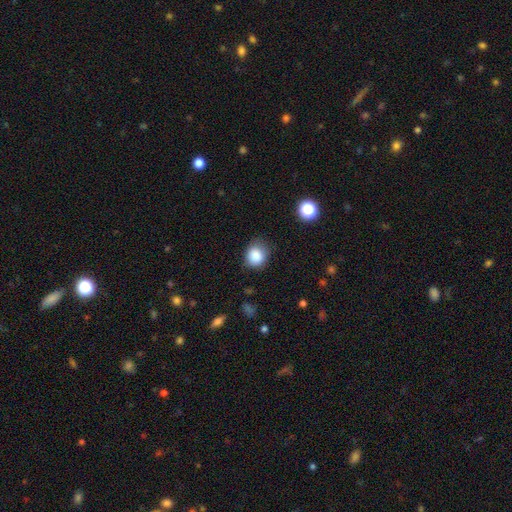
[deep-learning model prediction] smooth_or_featured: smooth (p=0.86) [alt: star or artifact p=0.10]
how_rounded: round (p=0.72) [alt: in between p=0.27]
merging: none (p=0.71) [alt: minor disturbance p=0.22]